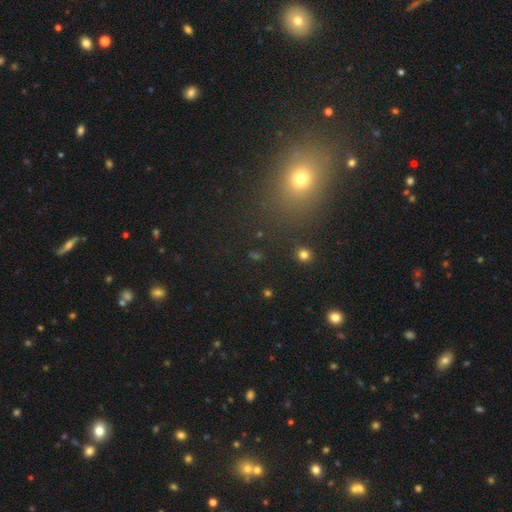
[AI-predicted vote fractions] This is possibly a smooth galaxy (47%). Merging: clearly none (81%).